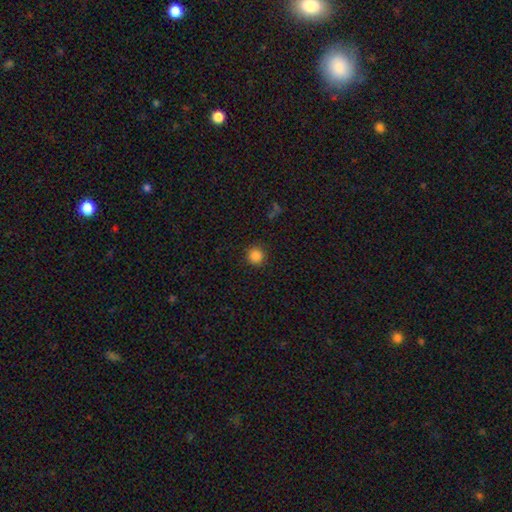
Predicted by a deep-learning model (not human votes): A smooth galaxy with no disk features (85%) that is round (94%).

Vote fractions:
- Smooth or featured? smooth: 85% / star or artifact: 11% / featured or disk: 4%
- How rounded? round: 94% / in between: 6% / cigar-shaped: 1%
- Merging? none: 91% / minor disturbance: 6% / major disturbance: 2% / merger: 1%